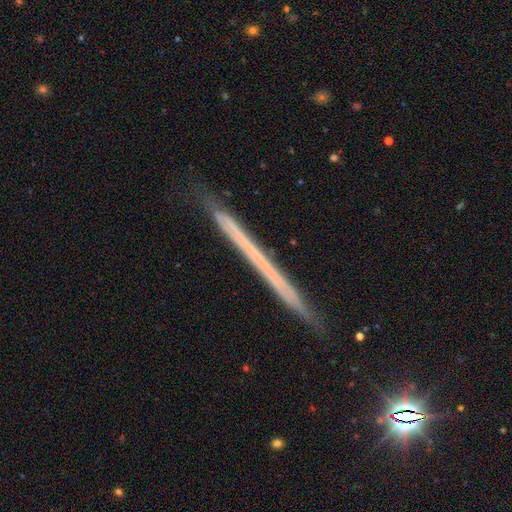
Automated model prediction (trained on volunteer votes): A featured or disk galaxy (56%) viewed edge-on (97%) with no central bulge (94%).

Vote fractions:
- Smooth or featured? featured or disk: 56% / smooth: 35% / star or artifact: 9%
- Edge-on disk? yes: 97% / no: 3%
- Edge-on bulge? none: 94% / rounded: 4% / boxy: 2%
- Merging? none: 88% / minor disturbance: 9% / major disturbance: 2% / merger: 1%